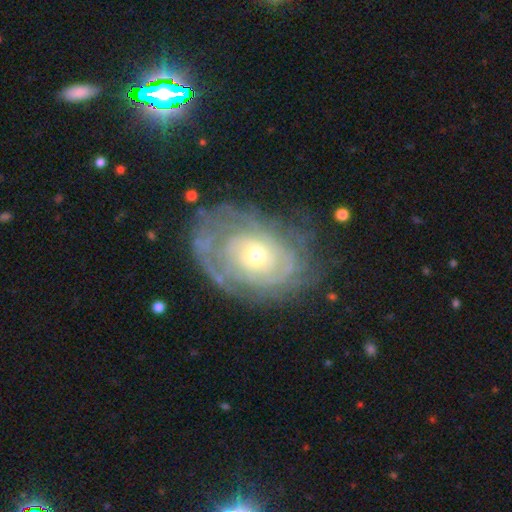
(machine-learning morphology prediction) Smooth or featured? Predicted: featured or disk (p=0.79). Edge-on disk? Predicted: no (p=0.95). Bar? Predicted: no (p=0.80). Spiral arms? Predicted: yes (p=0.82). Spiral winding? Predicted: tight (p=0.74). Spiral arm count? Predicted: can't tell (p=0.52). Bulge size? Predicted: moderate (p=0.48). Merging? Predicted: none (p=0.65).